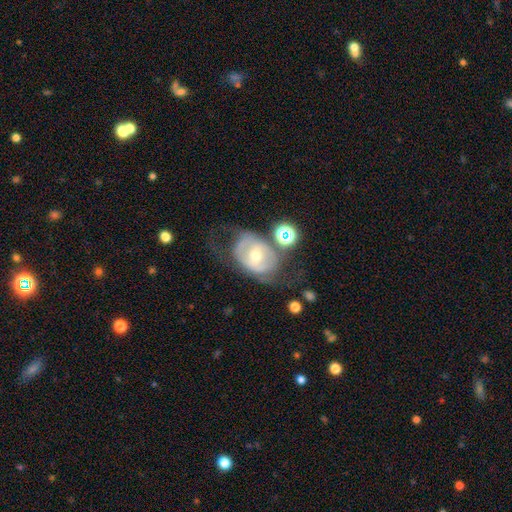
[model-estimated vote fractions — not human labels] Overall: featured or disk (65%; smooth 25%). Edge-on disk: no (94%). Bar: no (55%; weak 29%). Spiral arms: no (52%; yes 48%). Bulge size: moderate (50%; small 46%). Merging: none (40%; major disturbance 28%).